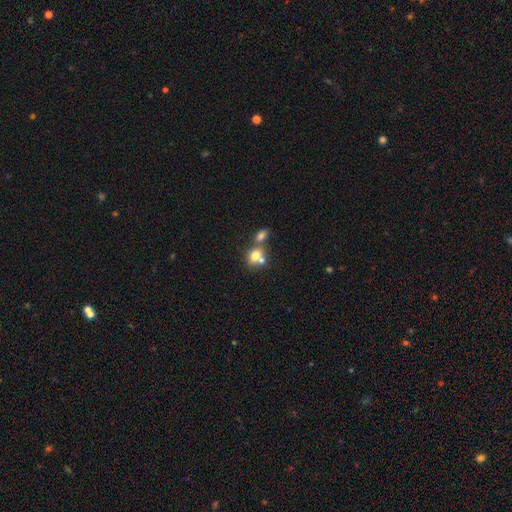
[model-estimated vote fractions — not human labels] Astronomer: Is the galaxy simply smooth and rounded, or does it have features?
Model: smooth — 73%.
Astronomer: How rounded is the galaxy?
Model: round — 57% (runner-up: in between, 42%).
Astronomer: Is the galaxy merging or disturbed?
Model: merger — 53% (runner-up: none, 33%).